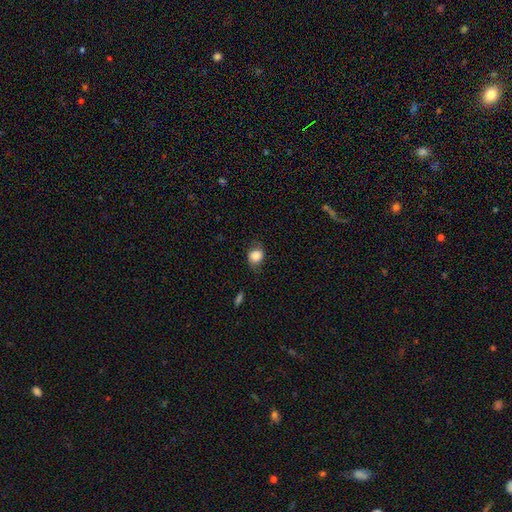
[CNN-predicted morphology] This is clearly a smooth galaxy (81%). How rounded: possibly round (57%). Merging: likely none (66%).